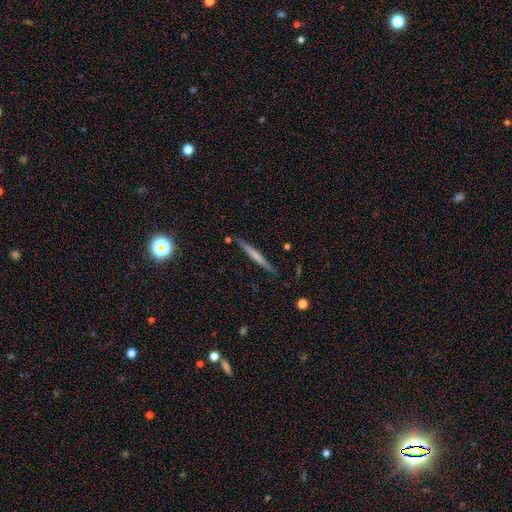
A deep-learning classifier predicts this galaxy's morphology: This appears to be a smooth galaxy with no disk features (53%) that is cigar-shaped (96%). Merging: none (88%).